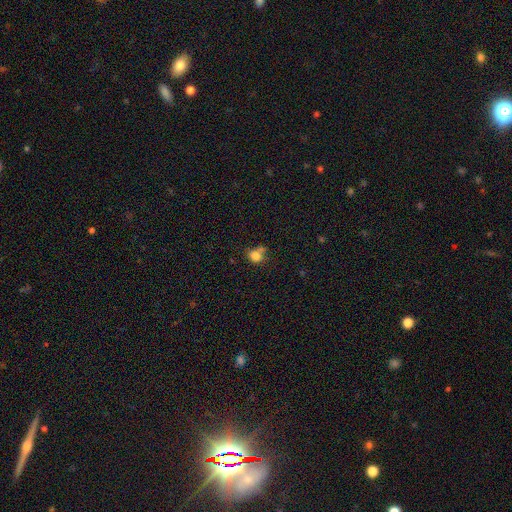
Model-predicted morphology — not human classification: Overall: smooth (80%). How rounded: round (64%; in between 35%). Merging: none (50%; merger 26%).